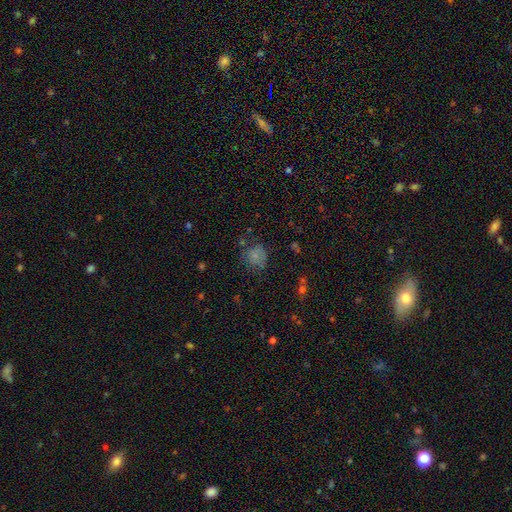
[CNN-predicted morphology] smooth_or_featured: smooth (p=0.72) [alt: star or artifact p=0.14]
how_rounded: round (p=0.77) [alt: in between p=0.22]
merging: none (p=0.57) [alt: minor disturbance p=0.25]